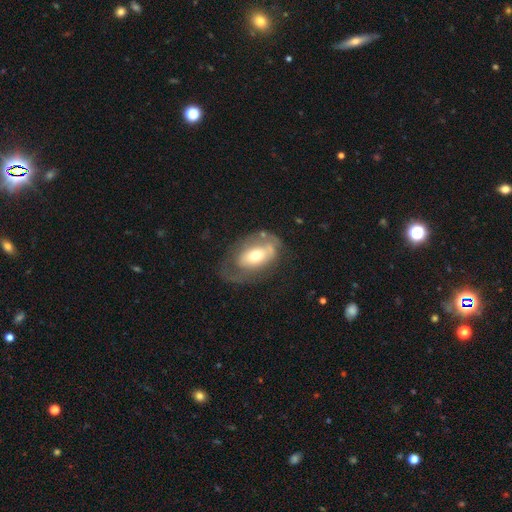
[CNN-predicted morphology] This appears to be a featured or disk galaxy (56%) with no bar (67%), spiral arms (50%, tied with no) and a moderate central bulge (62%). Merging: none (45%).